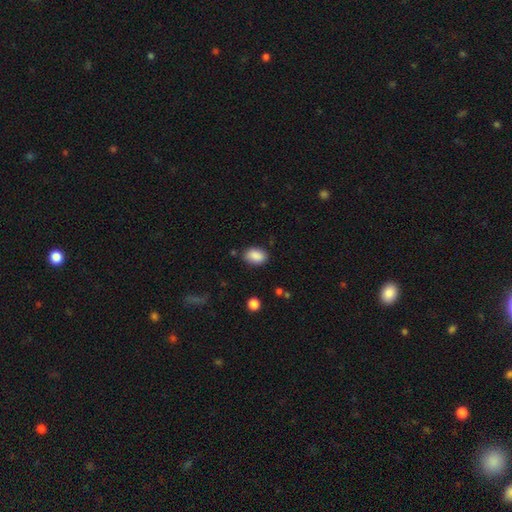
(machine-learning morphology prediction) This appears to be a smooth galaxy with no disk features (88%) that is in between round and cigar-shaped (84%). Merging: none (82%).